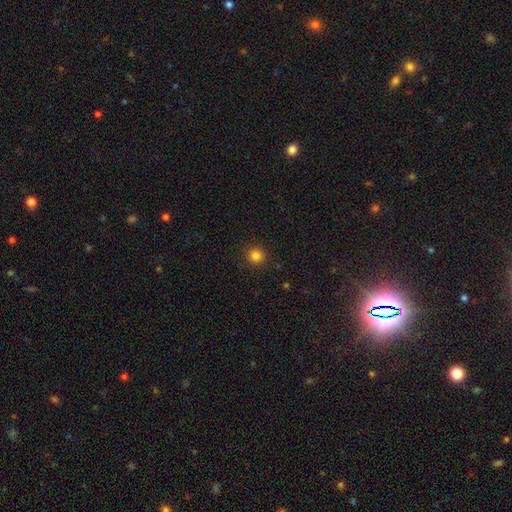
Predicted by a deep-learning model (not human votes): The model was most divided on "smooth or featured": smooth: 83%, star or artifact: 13%, featured or disk: 4%. More confident: how rounded — round (94%); merging — none (91%).